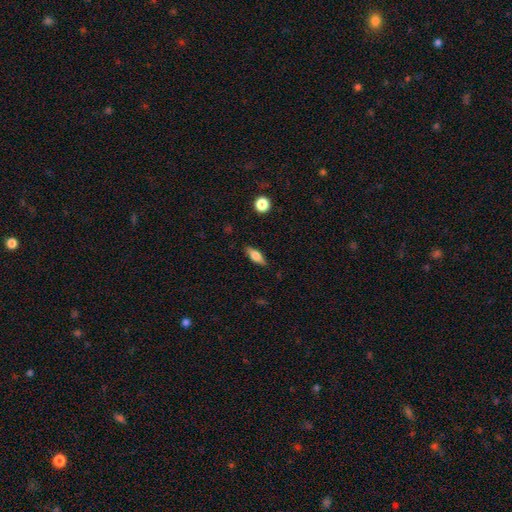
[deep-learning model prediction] smooth_or_featured: smooth (p=0.65) [alt: featured or disk p=0.28]
how_rounded: in between (p=0.65) [alt: cigar-shaped p=0.31]
merging: none (p=0.85) [alt: minor disturbance p=0.11]